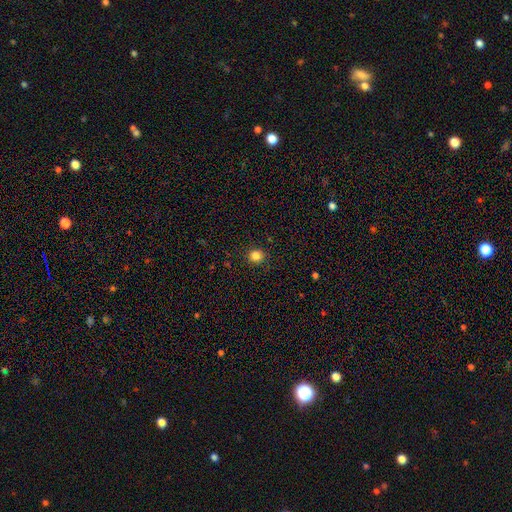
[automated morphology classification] smooth 84%, star or artifact 12%, featured or disk 4%. Down the decision tree: how rounded — round (91%); merging — none (90%).